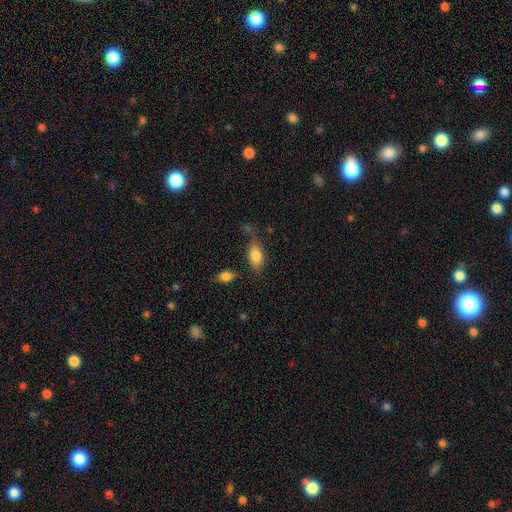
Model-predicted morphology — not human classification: The model was most divided on "merging": none: 59%, minor disturbance: 24%, major disturbance: 10%, merger: 8%. More confident: how rounded — in between (88%); smooth or featured — smooth (78%).